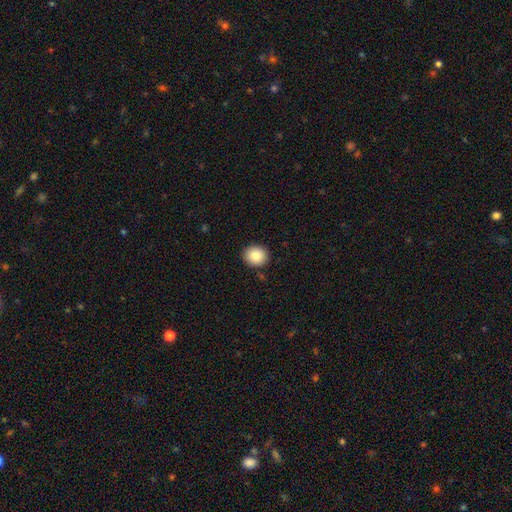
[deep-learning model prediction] Smooth or featured? smooth (86%)
How rounded? round (74%)
Merging? none (90%)